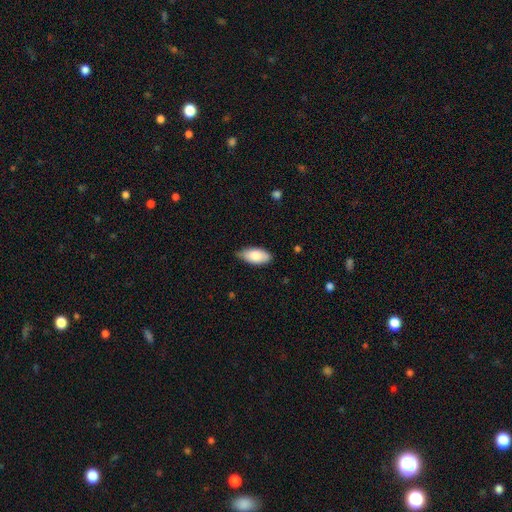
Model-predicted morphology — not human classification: This is clearly a smooth galaxy (83%). How rounded: clearly in between (92%). Merging: likely none (72%).